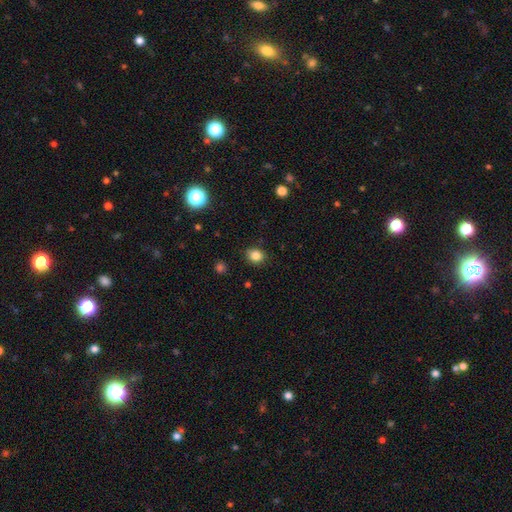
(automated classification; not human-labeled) Smooth or featured: smooth — 84% (star or artifact — 11%)
How rounded: round — 63% (in between — 36%)
Merging: none — 85% (minor disturbance — 11%)